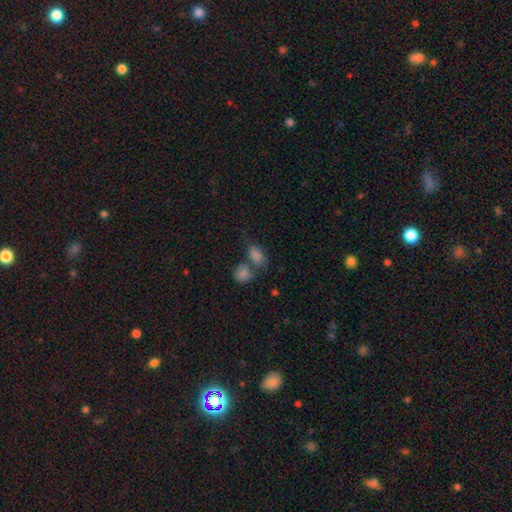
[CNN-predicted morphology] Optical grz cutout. It shows a smooth galaxy with no disk features (74%) that is in between round and cigar-shaped (78%). Merging: none (42%).